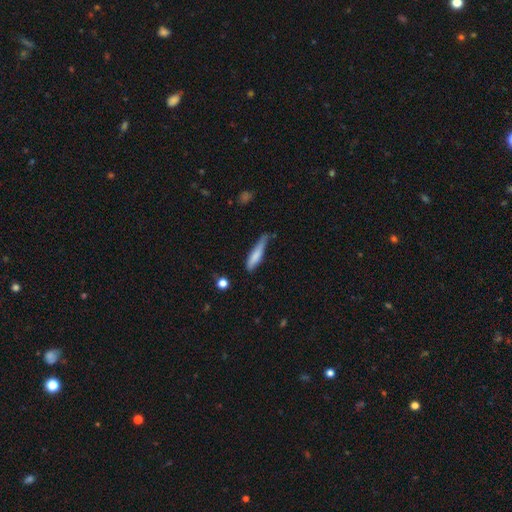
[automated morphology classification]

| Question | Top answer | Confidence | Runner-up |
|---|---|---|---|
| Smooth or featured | smooth | 76% | featured or disk (18%) |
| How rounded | cigar-shaped | 81% | in between (17%) |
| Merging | none | 46% | minor disturbance (40%) |